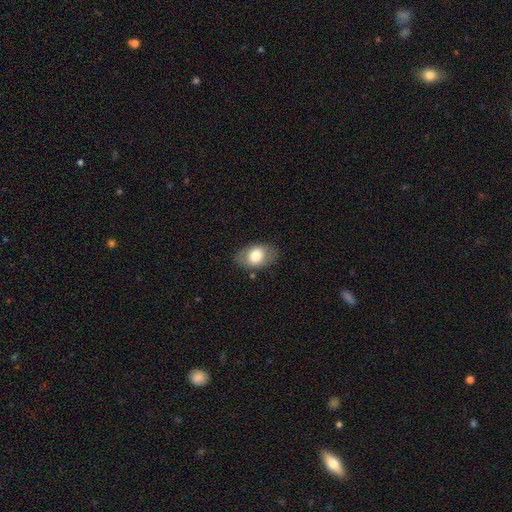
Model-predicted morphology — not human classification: This is likely a smooth galaxy (72%). How rounded: clearly in between (85%). Merging: clearly none (81%).